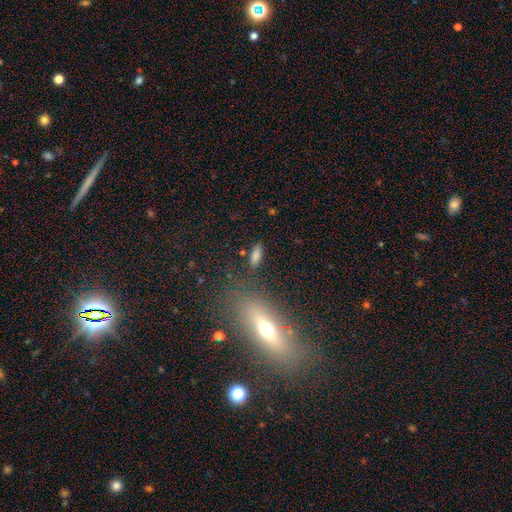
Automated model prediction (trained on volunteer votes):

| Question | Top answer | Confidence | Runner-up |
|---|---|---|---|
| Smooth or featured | smooth | 81% | star or artifact (11%) |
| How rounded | in between | 67% | cigar-shaped (29%) |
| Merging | none | 82% | minor disturbance (11%) |